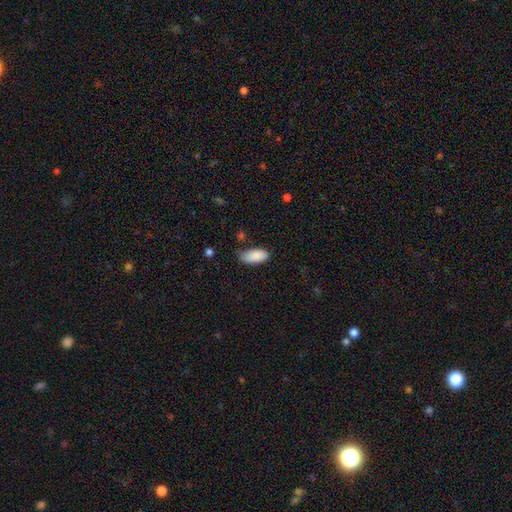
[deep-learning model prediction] A smooth galaxy with no disk features (88%) that is in between round and cigar-shaped (91%). Merging: none (68%).